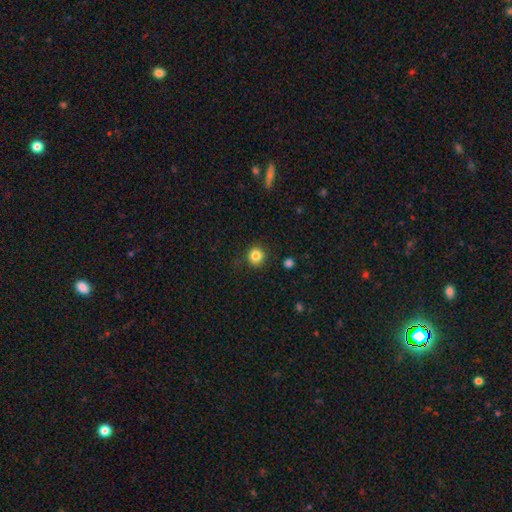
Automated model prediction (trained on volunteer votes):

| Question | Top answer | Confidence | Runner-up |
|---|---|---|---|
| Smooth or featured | smooth | 84% | star or artifact (11%) |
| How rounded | round | 90% | in between (9%) |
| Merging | none | 88% | minor disturbance (8%) |